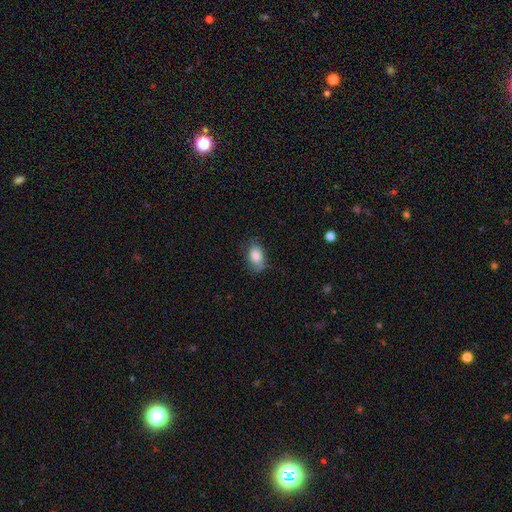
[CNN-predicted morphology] smooth_or_featured: smooth (p=0.82) [alt: featured or disk p=0.10]
how_rounded: in between (p=0.86) [alt: round p=0.12]
merging: none (p=0.57) [alt: minor disturbance p=0.31]